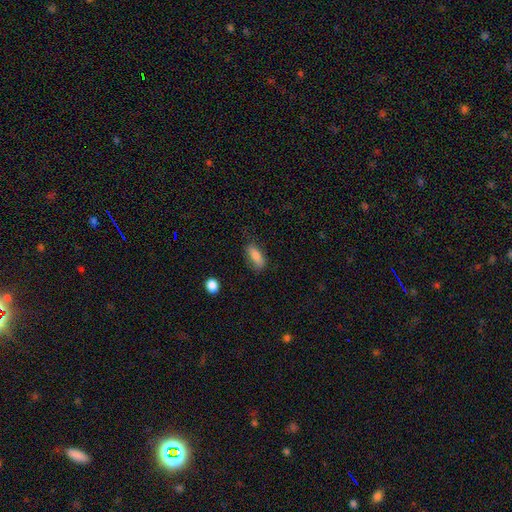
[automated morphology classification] smooth_or_featured: smooth (p=0.82) [alt: featured or disk p=0.10]
how_rounded: in between (p=0.70) [alt: cigar-shaped p=0.27]
merging: none (p=0.71) [alt: minor disturbance p=0.21]